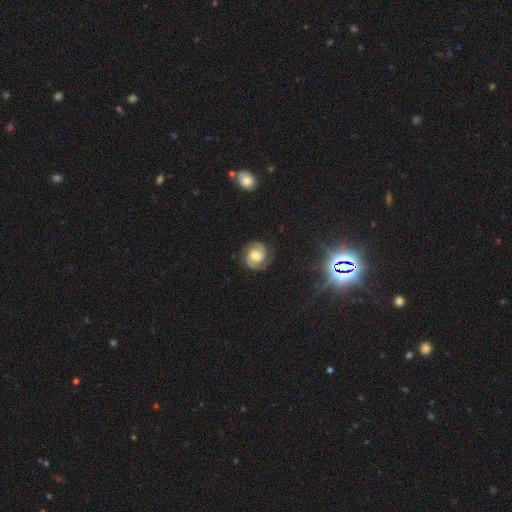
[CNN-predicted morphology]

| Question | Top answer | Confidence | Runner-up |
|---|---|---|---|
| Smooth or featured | featured or disk | 74% | smooth (18%) |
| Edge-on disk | no | 98% | yes (2%) |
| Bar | no | 66% | weak (28%) |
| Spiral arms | yes | 95% | no (5%) |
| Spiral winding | tight | 50% | medium (40%) |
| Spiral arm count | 2 | 89% | can't tell (5%) |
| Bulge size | moderate | 64% | small (23%) |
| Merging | none | 82% | minor disturbance (12%) |